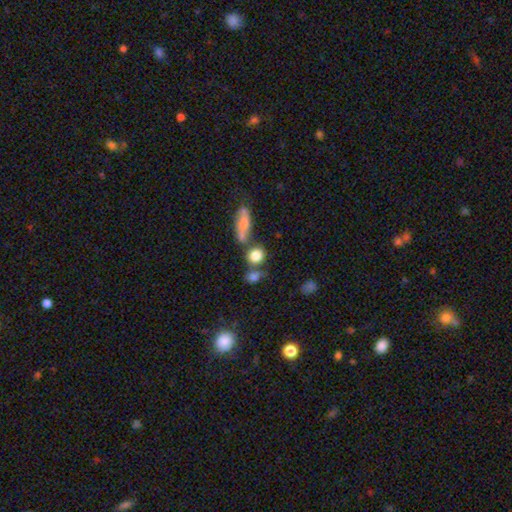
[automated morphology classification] smooth-or-featured: smooth: 81% | star or artifact: 10% | featured or disk: 9%
  how-rounded: round: 75% | in between: 21% | cigar-shaped: 4%
  merging: none: 56% | merger: 27% | minor disturbance: 12% | major disturbance: 5%